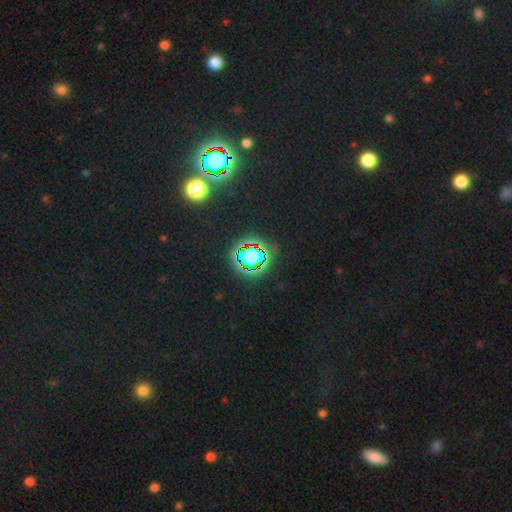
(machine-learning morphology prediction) The model was most divided on "smooth or featured": star or artifact: 78%, smooth: 14%, featured or disk: 7%.